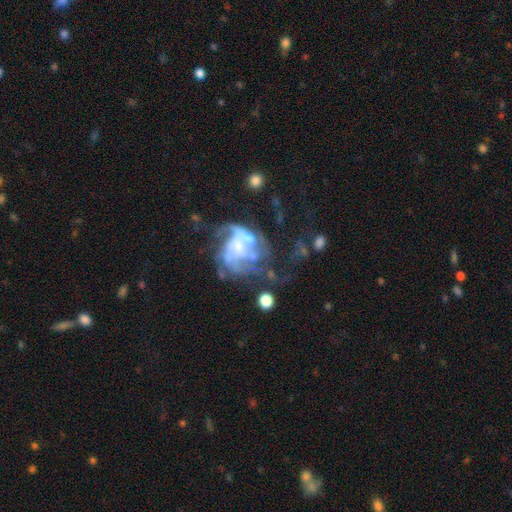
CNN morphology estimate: Smooth or featured: featured or disk — 75% (star or artifact — 14%)
Edge-on disk: no — 97% (yes — 3%)
Bar: no — 60% (weak — 28%)
Spiral arms: yes — 78% (no — 22%)
Spiral winding: medium — 38% (tight — 36%)
Spiral arm count: can't tell — 36% (2 — 26%)
Bulge size: small — 41% (moderate — 28%)
Merging: major disturbance — 38% (none — 32%)